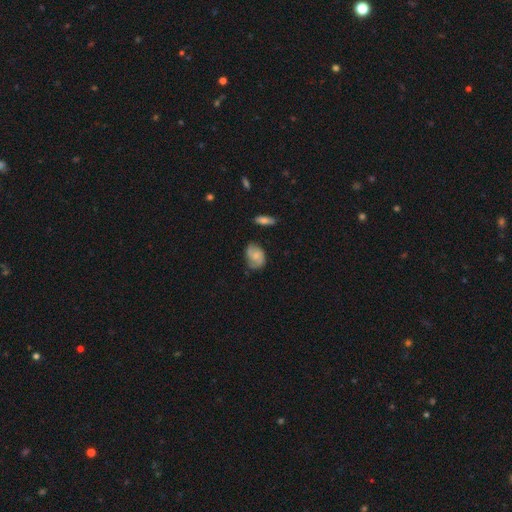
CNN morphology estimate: Overall: featured or disk (53%; smooth 39%). Edge-on disk: no (96%). Bar: no (67%; weak 29%). Spiral arms: yes (89%). Bulge size: small (44%; moderate 28%). Merging: none (65%).